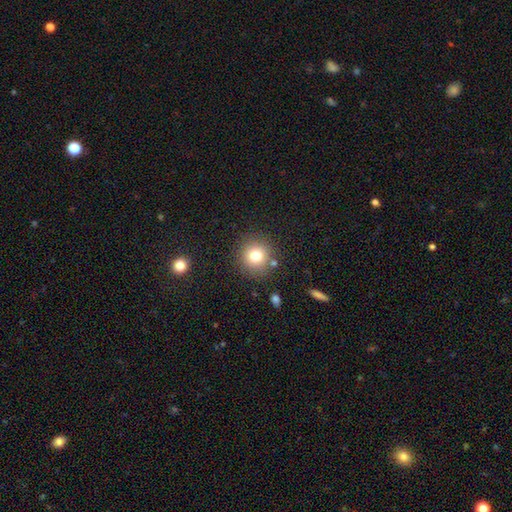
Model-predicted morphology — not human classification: A smooth galaxy with no disk features (77%) that is round (92%).

Vote fractions:
- Smooth or featured? smooth: 77% / star or artifact: 13% / featured or disk: 10%
- How rounded? round: 92% / in between: 7% / cigar-shaped: 1%
- Merging? none: 84% / minor disturbance: 9% / merger: 5% / major disturbance: 3%